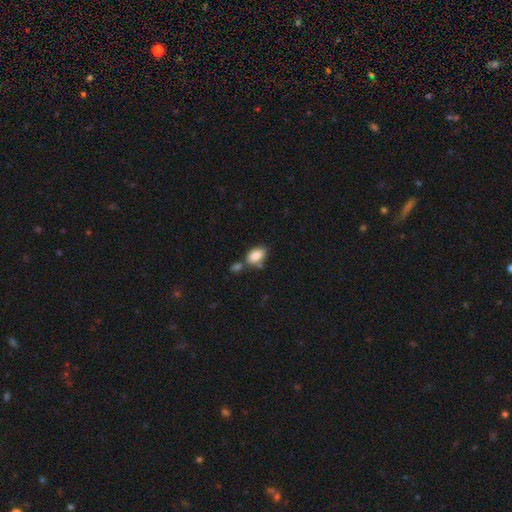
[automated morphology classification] Overall: smooth (86%). How rounded: in between (91%). Merging: none (54%; merger 24%).